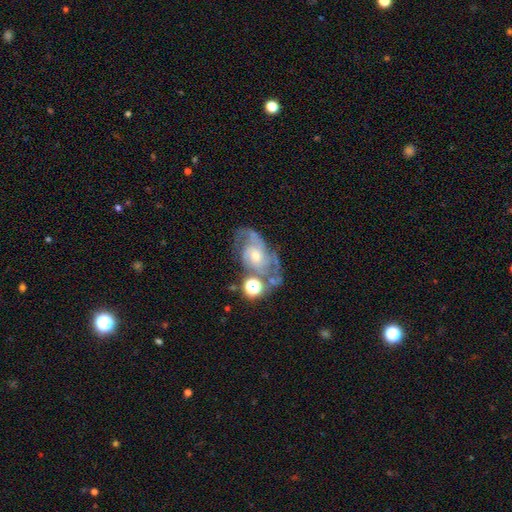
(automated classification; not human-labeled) featured or disk 82%, smooth 10%, star or artifact 9%. Down the decision tree: edge-on disk — no (96%); bar — no (67%); spiral arms — yes (93%); spiral arm count — 2 (55%); spiral winding — medium (46%); bulge size — small (50%); merging — none (52%).